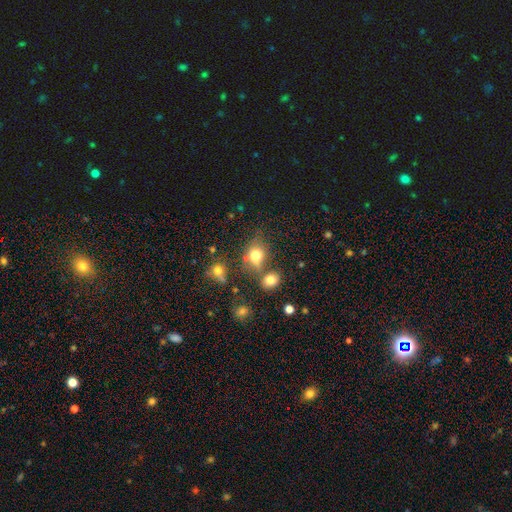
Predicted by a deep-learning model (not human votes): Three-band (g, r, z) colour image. It shows a smooth galaxy with no disk features (72%) that is in between round and cigar-shaped (49%). Merging: none (51%).